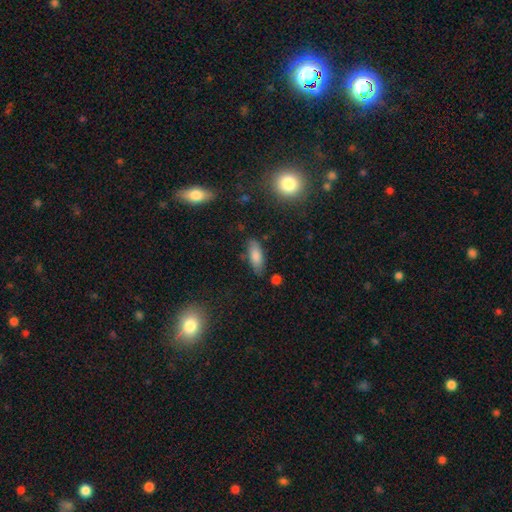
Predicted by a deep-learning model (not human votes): Smooth or featured: smooth — 80% (featured or disk — 12%)
How rounded: in between — 75% (cigar-shaped — 22%)
Merging: none — 78% (minor disturbance — 16%)